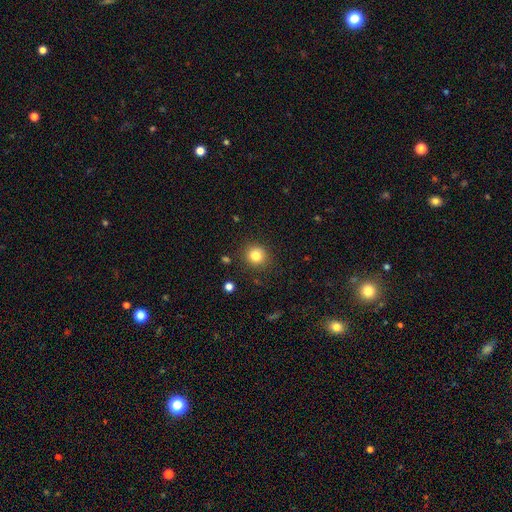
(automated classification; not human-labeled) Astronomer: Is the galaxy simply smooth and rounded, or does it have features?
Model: smooth — 82%.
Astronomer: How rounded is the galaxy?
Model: round — 89%.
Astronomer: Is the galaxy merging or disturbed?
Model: none — 89%.